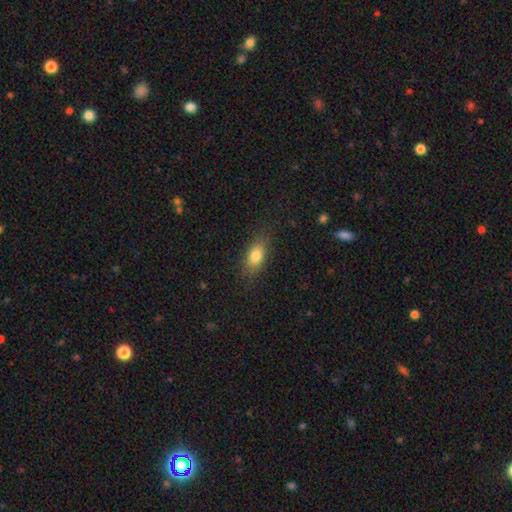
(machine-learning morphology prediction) A smooth galaxy with no disk features (80%) that is in between round and cigar-shaped (83%).

Vote fractions:
- Smooth or featured? smooth: 80% / featured or disk: 11% / star or artifact: 8%
- How rounded? in between: 83% / cigar-shaped: 10% / round: 7%
- Merging? none: 81% / minor disturbance: 13% / major disturbance: 4% / merger: 1%